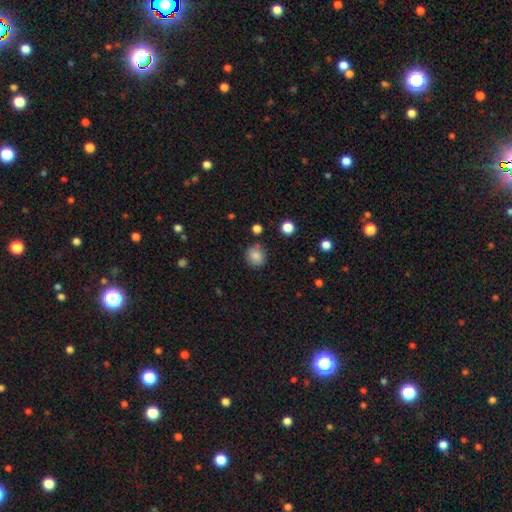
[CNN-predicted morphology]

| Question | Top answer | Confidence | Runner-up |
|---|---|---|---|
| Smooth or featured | smooth | 84% | star or artifact (10%) |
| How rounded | round | 85% | in between (14%) |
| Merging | none | 81% | minor disturbance (12%) |